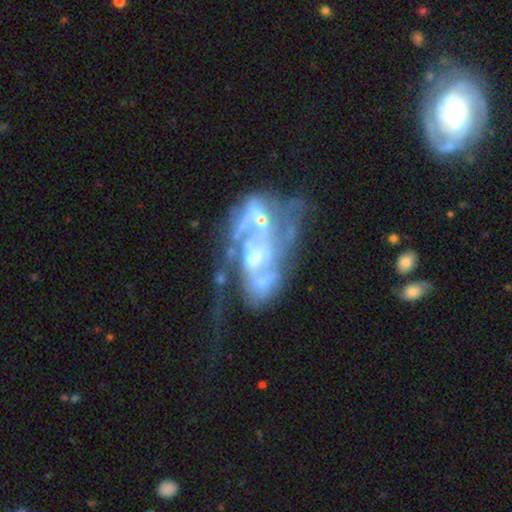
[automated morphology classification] Smooth or featured?
  - featured or disk: 80% *
  - star or artifact: 10%
  - smooth: 10%
Edge-on disk?
  - no: 97% *
  - yes: 3%
Bar?
  - no: 66% *
  - weak: 25%
  - strong: 9%
Spiral arms?
  - yes: 57% *
  - no: 43%
Bulge size?
  - small: 36% *
  - moderate: 34%
  - none: 23%
  - large: 5%
  - dominant: 2%
Merging?
  - merger: 37% *
  - major disturbance: 35%
  - none: 17%
  - minor disturbance: 11%